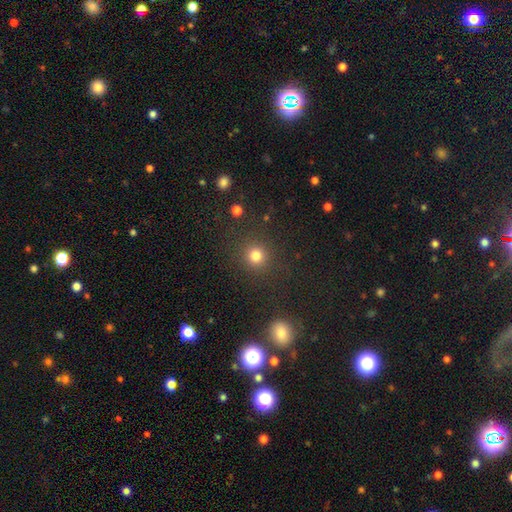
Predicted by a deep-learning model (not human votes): Smooth or featured? Predicted: smooth (p=0.79). How rounded? Predicted: round (p=0.93). Merging? Predicted: none (p=0.87).